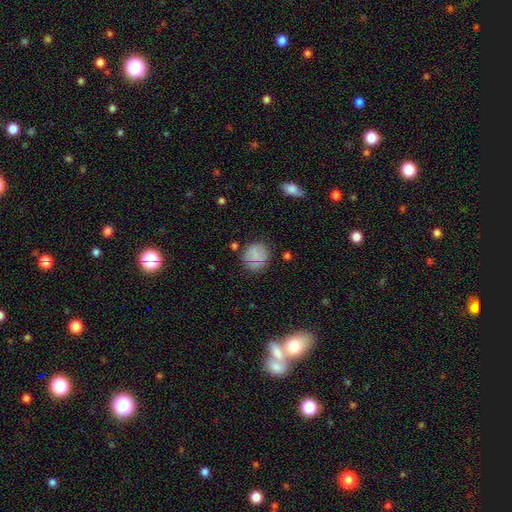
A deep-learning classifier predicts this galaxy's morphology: This appears to be a smooth galaxy with no disk features (77%) that is round (81%). Merging: none (73%).